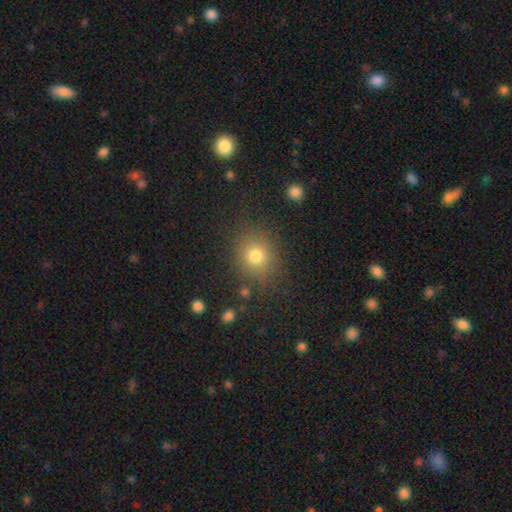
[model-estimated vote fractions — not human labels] Q: Smooth or featured?
A: smooth (77%); runner-up: star or artifact (15%)
Q: How rounded?
A: round (76%); runner-up: in between (22%)
Q: Merging?
A: none (82%); runner-up: minor disturbance (11%)